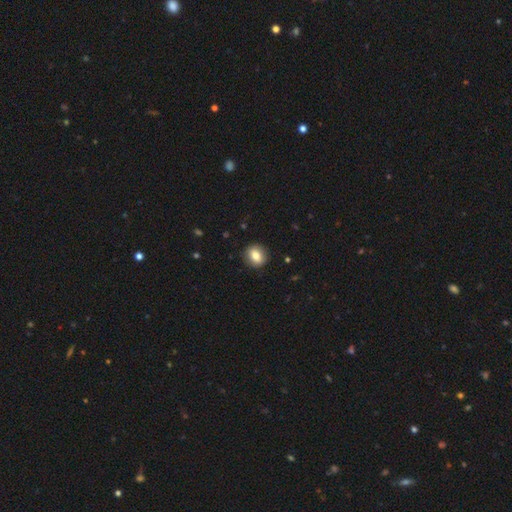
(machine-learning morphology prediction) Smooth or featured?
  - smooth: 78% *
  - featured or disk: 13%
  - star or artifact: 9%
How rounded?
  - round: 74% *
  - in between: 25%
  - cigar-shaped: 1%
Merging?
  - none: 89% *
  - minor disturbance: 7%
  - major disturbance: 2%
  - merger: 1%